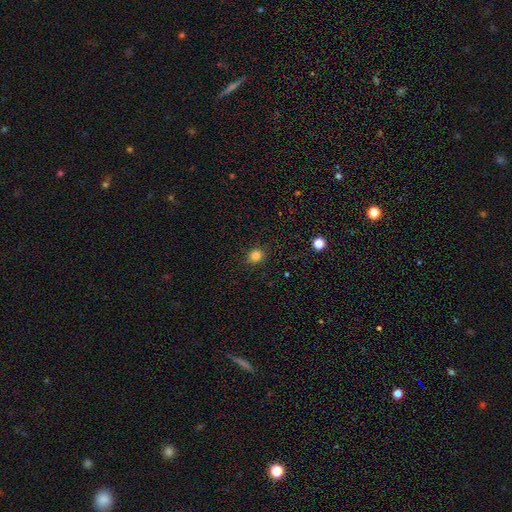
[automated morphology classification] smooth-or-featured: smooth: 82% | star or artifact: 13% | featured or disk: 5%
  how-rounded: round: 76% | in between: 23% | cigar-shaped: 1%
  merging: none: 90% | minor disturbance: 7% | major disturbance: 2% | merger: 1%